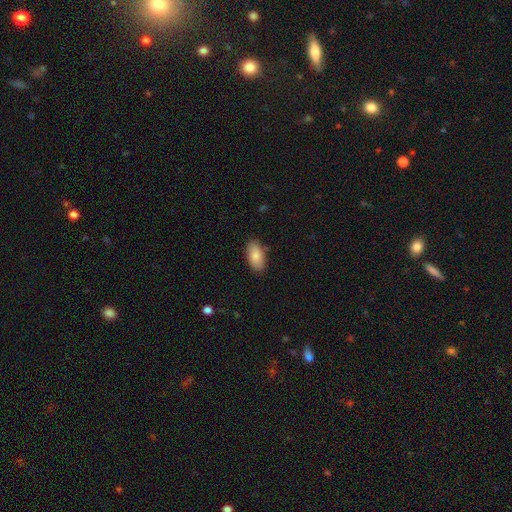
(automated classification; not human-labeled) Smooth or featured?
  - smooth: 85% *
  - featured or disk: 9%
  - star or artifact: 6%
How rounded?
  - in between: 93% *
  - cigar-shaped: 4%
  - round: 3%
Merging?
  - none: 84% *
  - minor disturbance: 12%
  - major disturbance: 2%
  - merger: 1%